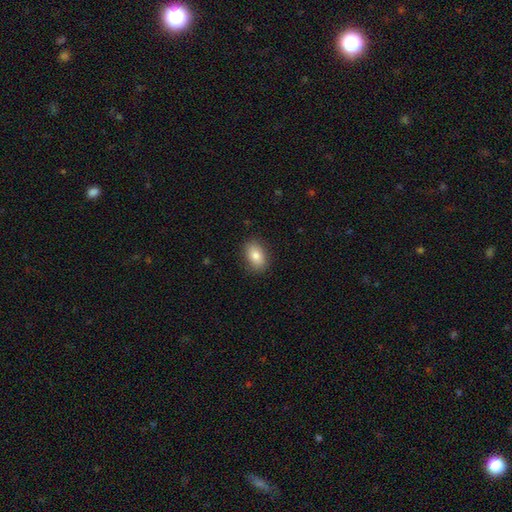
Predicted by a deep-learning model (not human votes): Overall: smooth (82%). How rounded: in between (85%). Merging: none (86%).